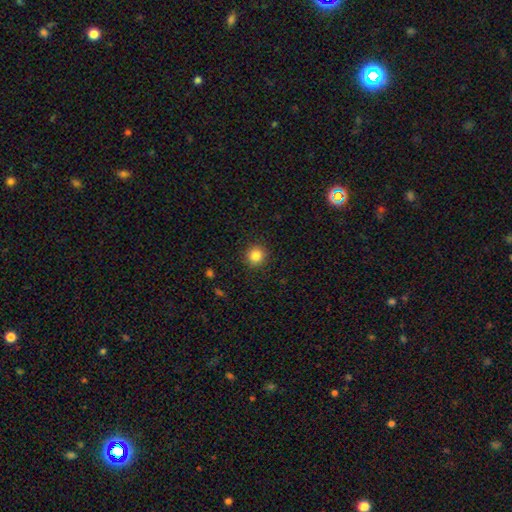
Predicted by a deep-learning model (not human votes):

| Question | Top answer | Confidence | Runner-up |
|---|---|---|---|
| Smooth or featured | smooth | 86% | star or artifact (11%) |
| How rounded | round | 93% | in between (6%) |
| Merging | none | 91% | minor disturbance (6%) |